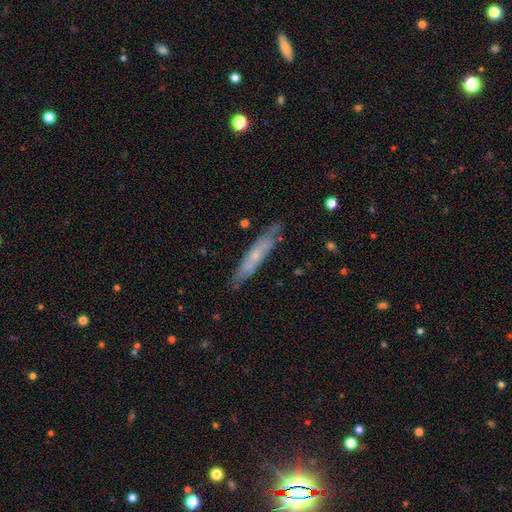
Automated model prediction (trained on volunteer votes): Smooth or featured?
  - featured or disk: 50% *
  - smooth: 43%
  - star or artifact: 6%
Edge-on disk?
  - yes: 66% *
  - no: 34%
Merging?
  - none: 82% *
  - minor disturbance: 14%
  - major disturbance: 2%
  - merger: 1%